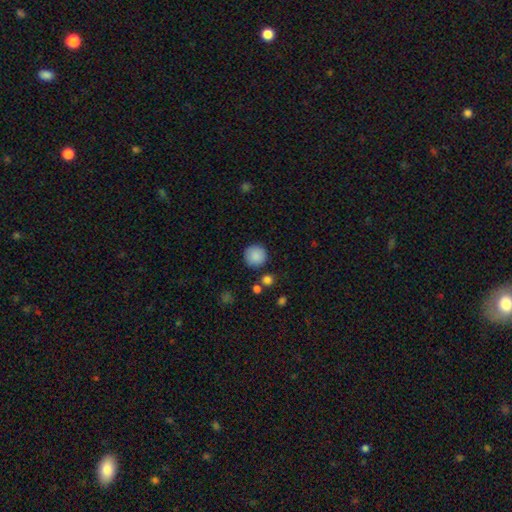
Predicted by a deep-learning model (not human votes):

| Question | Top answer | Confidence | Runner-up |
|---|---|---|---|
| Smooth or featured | smooth | 88% | star or artifact (8%) |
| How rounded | round | 95% | in between (4%) |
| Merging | none | 87% | minor disturbance (7%) |